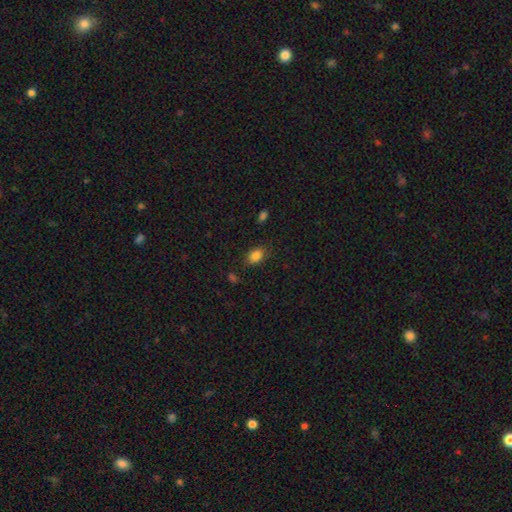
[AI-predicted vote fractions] A smooth galaxy with no disk features (84%) that is in between round and cigar-shaped (79%).

Vote fractions:
- Smooth or featured? smooth: 84% / star or artifact: 11% / featured or disk: 5%
- How rounded? in between: 79% / round: 19% / cigar-shaped: 1%
- Merging? none: 81% / minor disturbance: 13% / major disturbance: 4% / merger: 2%